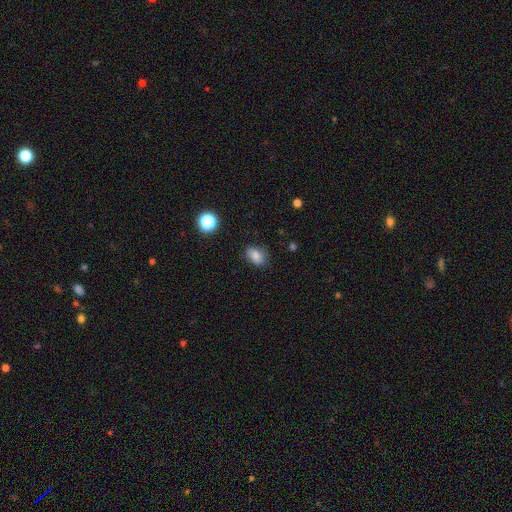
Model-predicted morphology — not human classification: smooth 82%, star or artifact 11%, featured or disk 7%. Down the decision tree: how rounded — in between (76%); merging — none (77%).